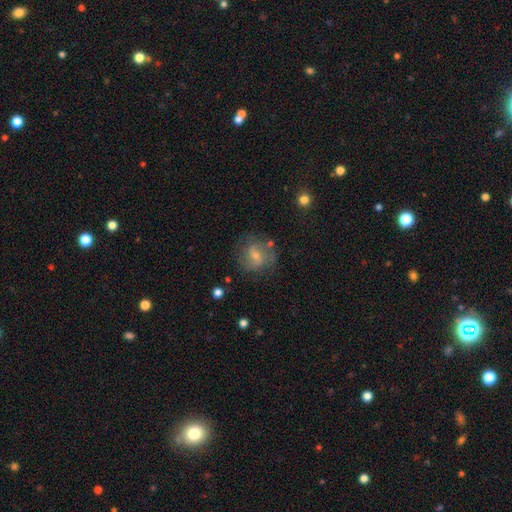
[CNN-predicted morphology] smooth_or_featured: featured or disk (p=0.54) [alt: smooth p=0.32]
disk_edge_on: no (p=0.96) [alt: yes p=0.04]
bar: weak (p=0.46) [alt: no p=0.41]
has_spiral_arms: yes (p=0.76) [alt: no p=0.24]
bulge_size: small (p=0.57) [alt: moderate p=0.36]
merging: none (p=0.71) [alt: minor disturbance p=0.17]